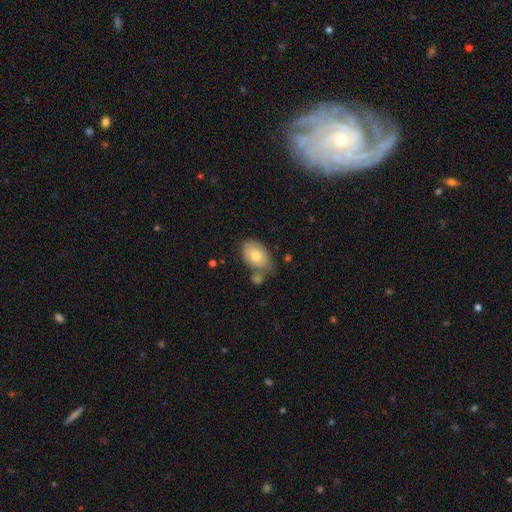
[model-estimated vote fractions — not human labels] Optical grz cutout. It shows a smooth galaxy with no disk features (77%) that is in between round and cigar-shaped (89%). Merging: none (57%).